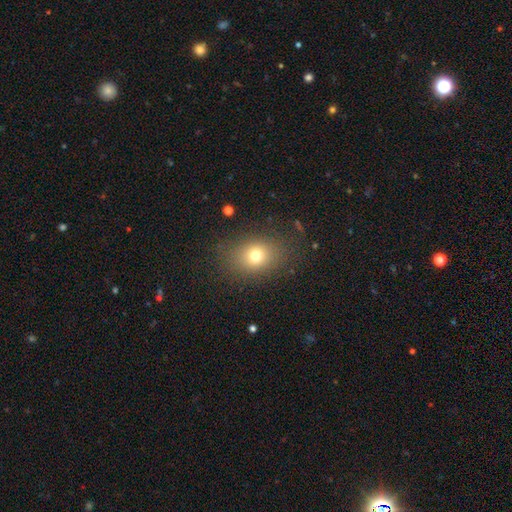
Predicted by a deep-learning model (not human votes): Smooth or featured? smooth (73%)
How rounded? in between (52%)
Merging? none (82%)